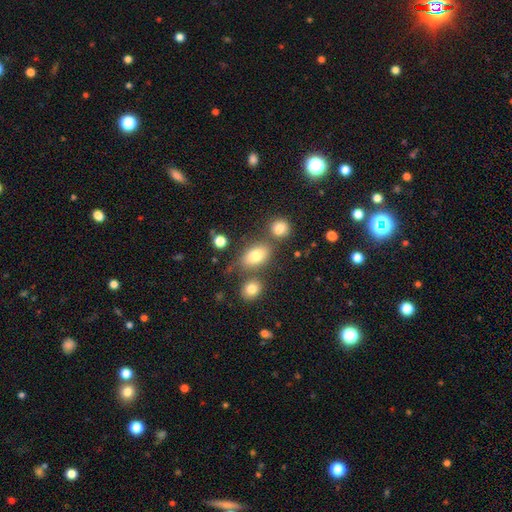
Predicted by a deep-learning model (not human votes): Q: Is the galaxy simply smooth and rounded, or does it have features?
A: smooth — 78%.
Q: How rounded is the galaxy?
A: in between — 83%.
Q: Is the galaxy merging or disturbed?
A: none — 67%.